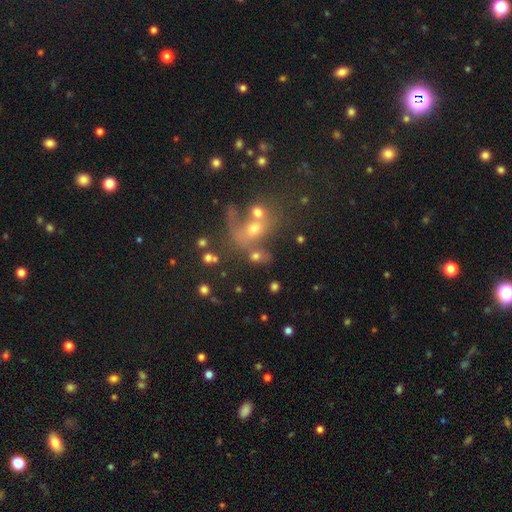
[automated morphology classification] smooth-or-featured: smooth: 59% | featured or disk: 23% | star or artifact: 17%
  how-rounded: in between: 57% | round: 40% | cigar-shaped: 3%
  merging: merger: 51% | none: 27% | major disturbance: 13% | minor disturbance: 9%